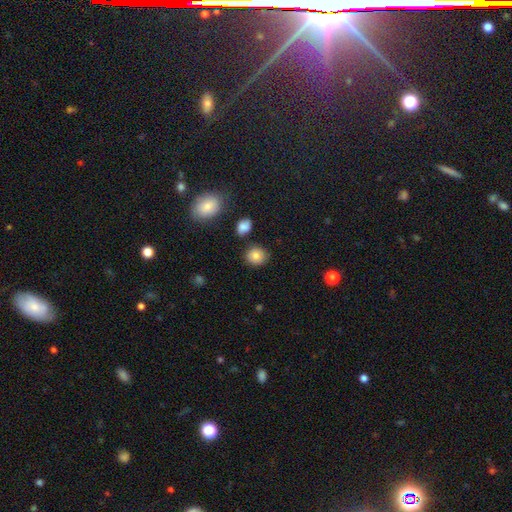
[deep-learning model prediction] The model was most divided on "how rounded": round: 76%, in between: 23%, cigar-shaped: 1%. More confident: merging — none (84%); smooth or featured — smooth (84%).